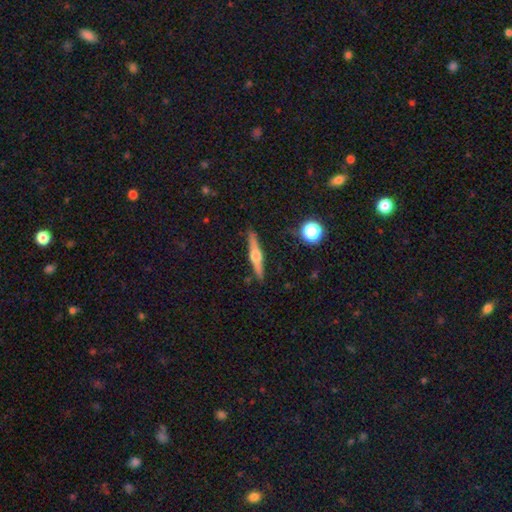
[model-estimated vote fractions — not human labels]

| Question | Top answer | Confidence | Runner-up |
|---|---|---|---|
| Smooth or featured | featured or disk | 69% | smooth (24%) |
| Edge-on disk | yes | 98% | no (2%) |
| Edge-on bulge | rounded | 93% | boxy (4%) |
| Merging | none | 90% | minor disturbance (7%) |